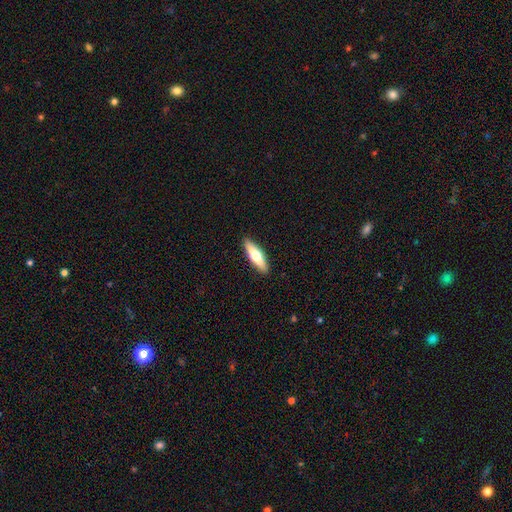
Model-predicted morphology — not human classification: Smooth or featured: smooth — 55% (featured or disk — 39%)
How rounded: cigar-shaped — 61% (in between — 37%)
Merging: none — 90% (minor disturbance — 7%)